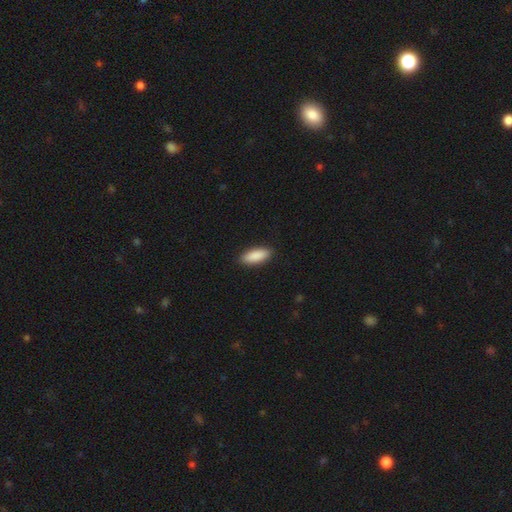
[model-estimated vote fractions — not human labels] smooth-or-featured: smooth: 90% | star or artifact: 5% | featured or disk: 5%
  how-rounded: in between: 78% | cigar-shaped: 20% | round: 2%
  merging: none: 89% | minor disturbance: 8% | major disturbance: 2% | merger: 1%